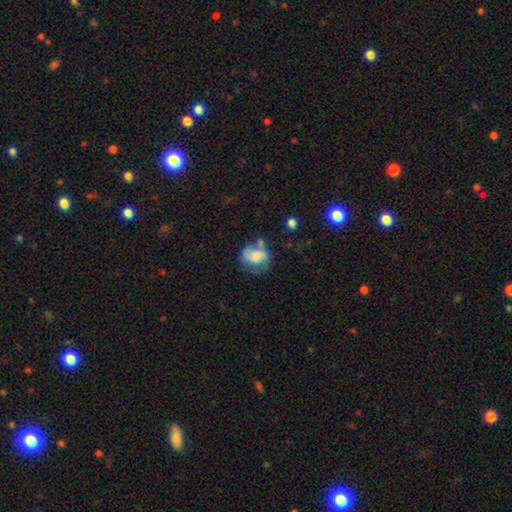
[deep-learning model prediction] This is possibly a featured or disk galaxy (52%). It is clearly not viewed edge-on (97%). Bar: likely no (63%). Spiral arm pattern: likely yes (72%). Central bulge: marginally moderate (35%). Merging: marginally none (37%).